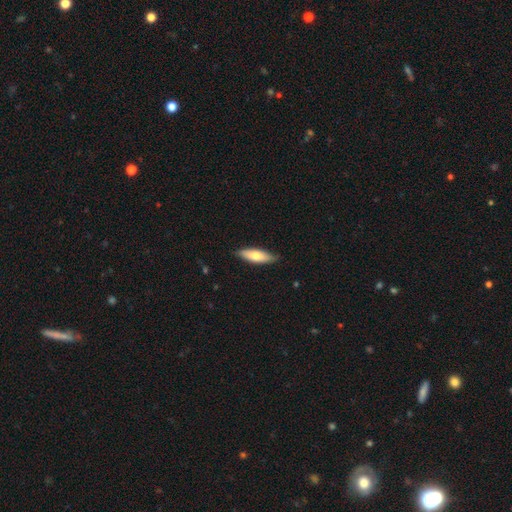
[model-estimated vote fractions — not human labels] Overall: smooth (68%). How rounded: in between (51%; cigar-shaped 47%). Merging: none (83%).